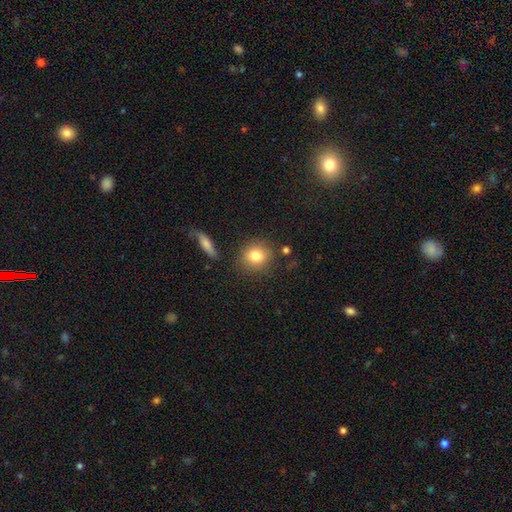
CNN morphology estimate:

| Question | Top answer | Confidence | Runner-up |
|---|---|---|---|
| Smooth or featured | smooth | 81% | star or artifact (9%) |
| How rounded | round | 84% | in between (15%) |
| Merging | none | 82% | minor disturbance (11%) |